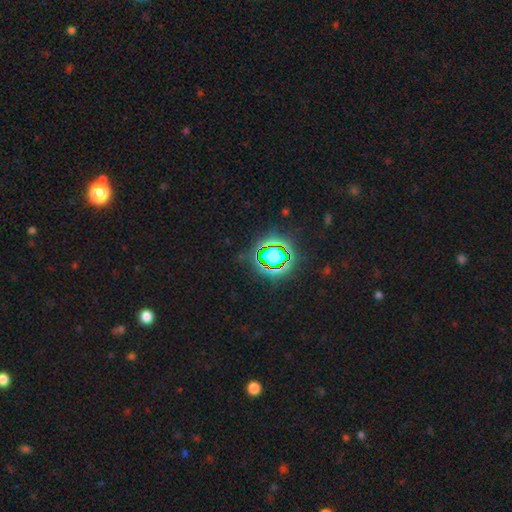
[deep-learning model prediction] Smooth or featured? star or artifact (81%)